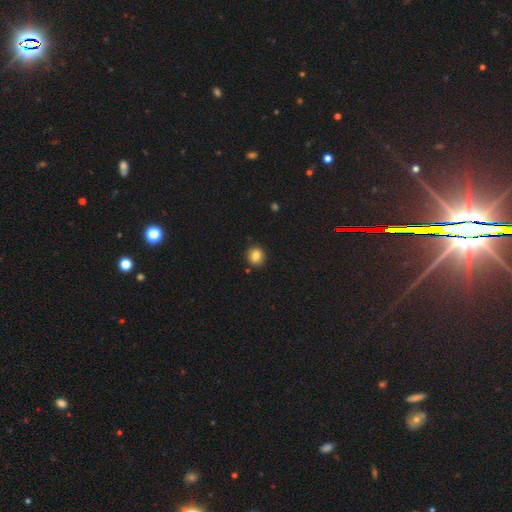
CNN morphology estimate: Smooth or featured? Predicted: smooth (p=0.82). How rounded? Predicted: round (p=0.75). Merging? Predicted: none (p=0.87).